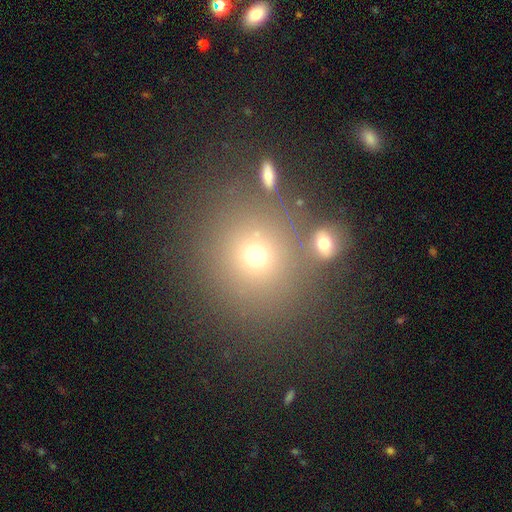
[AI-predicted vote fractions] The model was most divided on "smooth or featured": smooth: 67%, star or artifact: 23%, featured or disk: 10%. More confident: how rounded — round (89%); merging — none (75%).